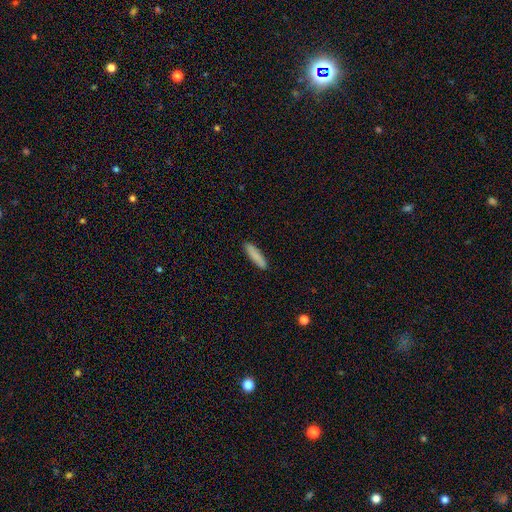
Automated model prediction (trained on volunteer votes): Overall: smooth (86%). How rounded: cigar-shaped (81%). Merging: none (90%).